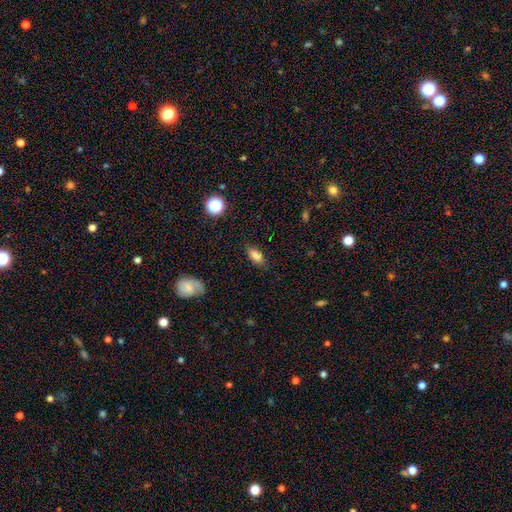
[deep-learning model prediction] Smooth or featured?
  - smooth: 82% *
  - star or artifact: 10%
  - featured or disk: 8%
How rounded?
  - in between: 85% *
  - cigar-shaped: 10%
  - round: 5%
Merging?
  - none: 84% *
  - minor disturbance: 12%
  - major disturbance: 3%
  - merger: 1%